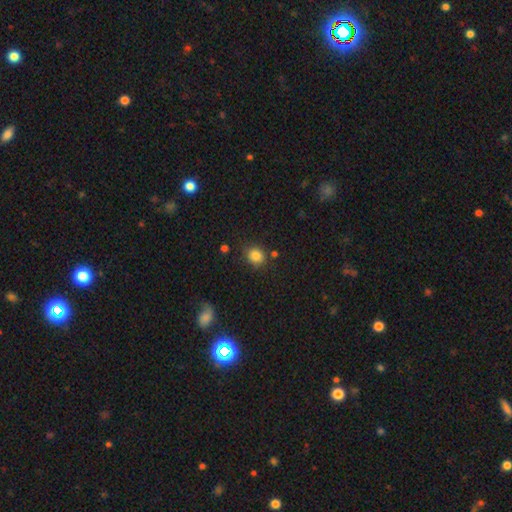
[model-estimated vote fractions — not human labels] Morphology: type=smooth (83%); roundness=round (80%); merging=none (82%).